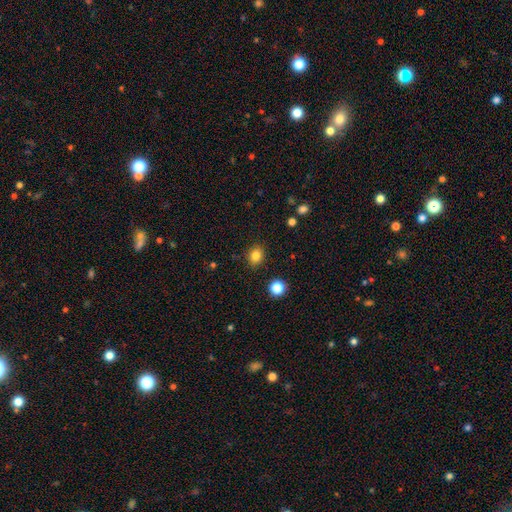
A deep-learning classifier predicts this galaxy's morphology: Smooth or featured?
  - smooth: 82% *
  - star or artifact: 12%
  - featured or disk: 6%
How rounded?
  - round: 65% *
  - in between: 34%
  - cigar-shaped: 1%
Merging?
  - none: 89% *
  - minor disturbance: 7%
  - major disturbance: 2%
  - merger: 1%